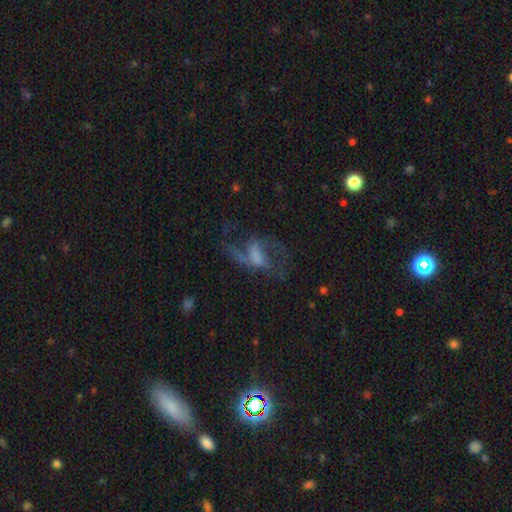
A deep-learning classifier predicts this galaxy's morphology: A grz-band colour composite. It shows a featured or disk galaxy (70%) with a weak bar (43%), 2 (75%) loose (62%) spiral arms (80%) and no central bulge (38%). Merging: none (46%).